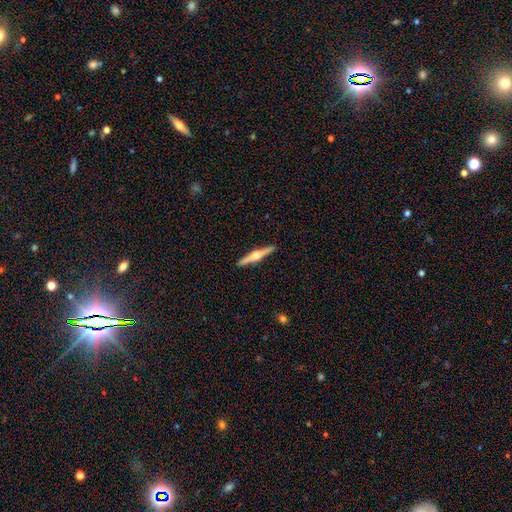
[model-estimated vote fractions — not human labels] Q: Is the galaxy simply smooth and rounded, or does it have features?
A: featured or disk — 74%.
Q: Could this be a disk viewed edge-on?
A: yes — 98%.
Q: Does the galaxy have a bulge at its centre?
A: rounded — 94%.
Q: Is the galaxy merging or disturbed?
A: none — 92%.